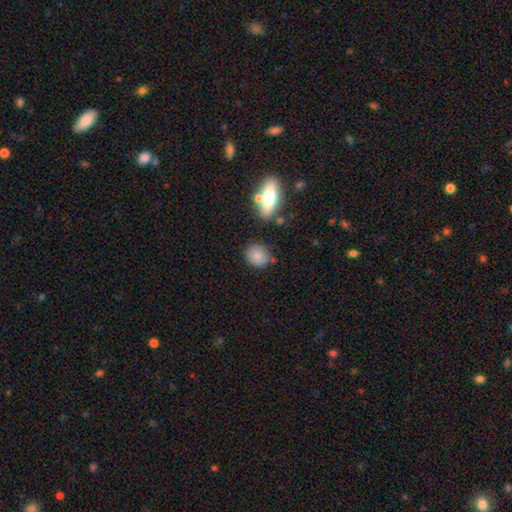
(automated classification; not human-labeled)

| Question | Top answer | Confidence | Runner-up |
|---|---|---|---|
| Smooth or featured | smooth | 81% | featured or disk (11%) |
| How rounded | round | 67% | in between (31%) |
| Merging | none | 74% | minor disturbance (16%) |